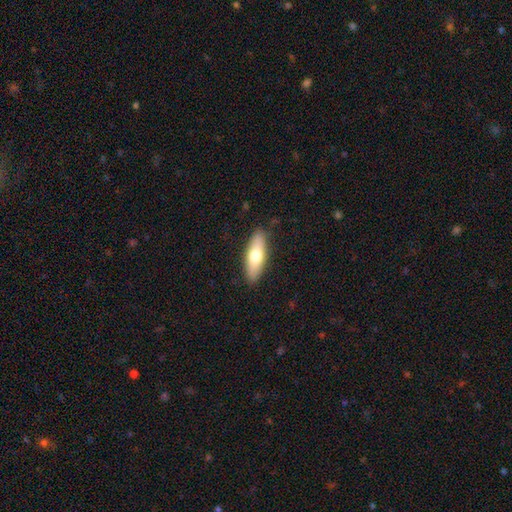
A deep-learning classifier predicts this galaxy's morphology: smooth-or-featured: smooth: 66% | featured or disk: 29% | star or artifact: 6%
  how-rounded: in between: 50% | cigar-shaped: 48% | round: 2%
  merging: none: 88% | minor disturbance: 9% | major disturbance: 2% | merger: 1%